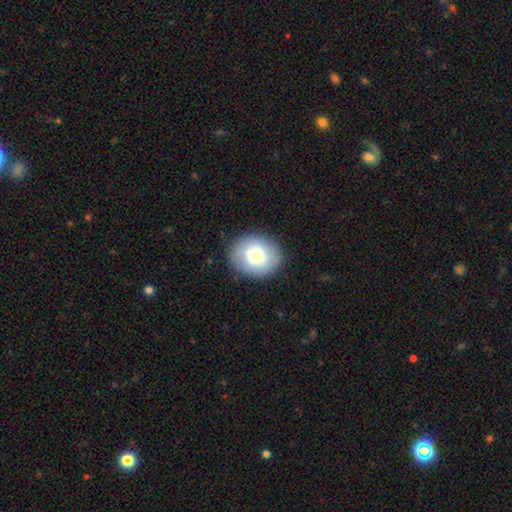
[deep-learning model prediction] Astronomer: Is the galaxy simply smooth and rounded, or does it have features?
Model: smooth — 75%.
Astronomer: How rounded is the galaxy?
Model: round — 54% (runner-up: in between, 45%).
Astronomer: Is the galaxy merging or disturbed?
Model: none — 83%.